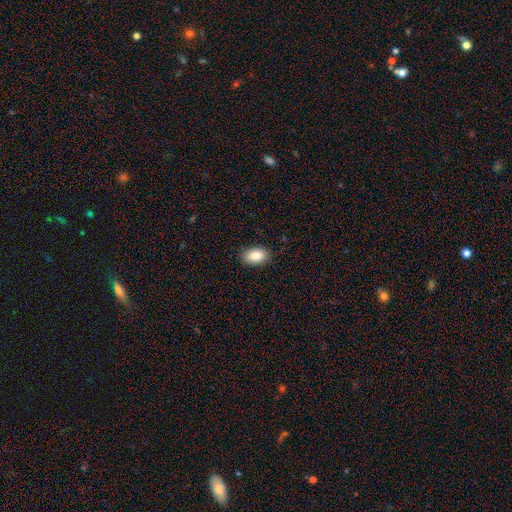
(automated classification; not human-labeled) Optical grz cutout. It shows a smooth galaxy with no disk features (86%) that is in between round and cigar-shaped (90%). Merging: none (88%).